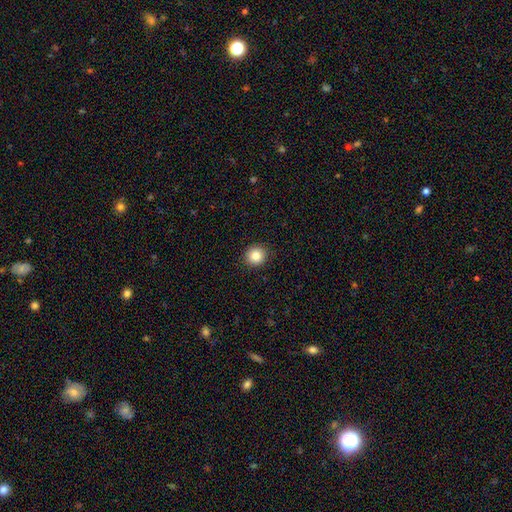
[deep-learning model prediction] Smooth or featured: smooth — 85% (star or artifact — 10%)
How rounded: round — 89% (in between — 10%)
Merging: none — 91% (minor disturbance — 6%)